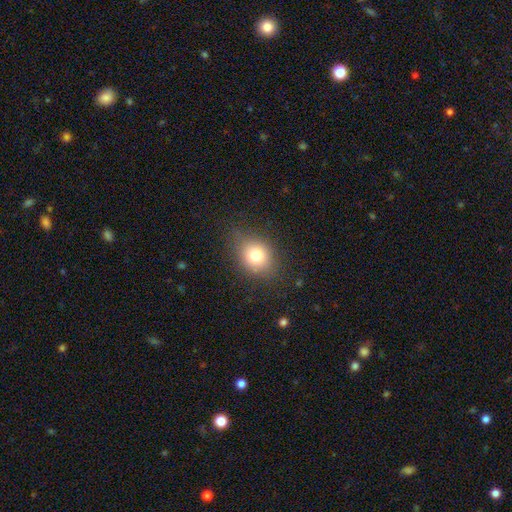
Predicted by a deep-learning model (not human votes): A smooth galaxy with no disk features (75%) that is round (57%).

Vote fractions:
- Smooth or featured? smooth: 75% / featured or disk: 13% / star or artifact: 12%
- How rounded? round: 57% / in between: 42% / cigar-shaped: 1%
- Merging? none: 74% / minor disturbance: 19% / major disturbance: 6% / merger: 1%